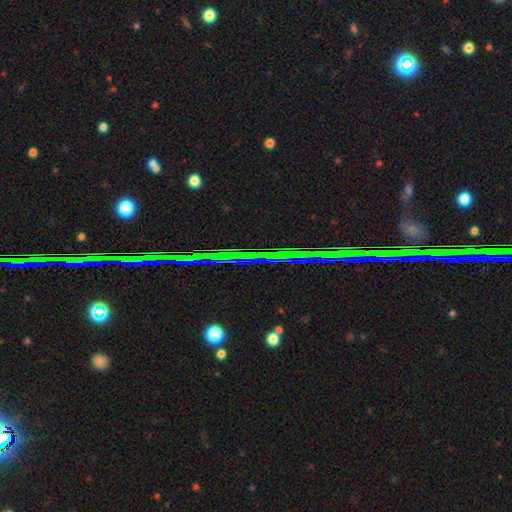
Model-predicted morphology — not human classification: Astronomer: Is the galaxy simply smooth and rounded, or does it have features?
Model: star or artifact — 85%.